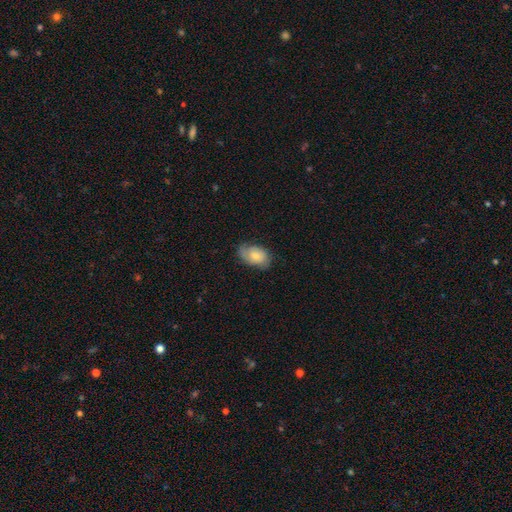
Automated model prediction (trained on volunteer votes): A smooth galaxy with no disk features (63%) that is in between round and cigar-shaped (87%). Merging: none (63%).